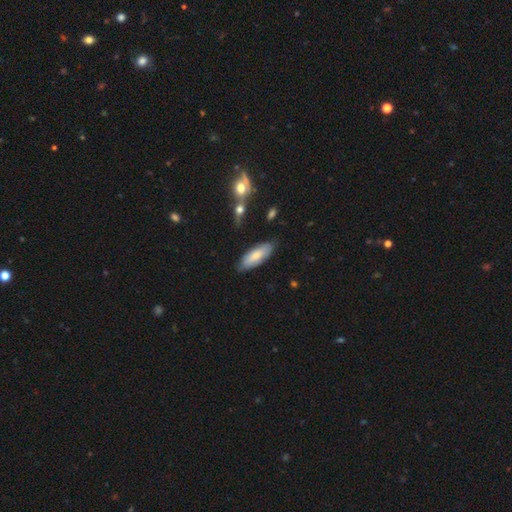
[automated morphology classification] Smooth or featured: smooth — 73% (featured or disk — 21%)
How rounded: in between — 68% (cigar-shaped — 30%)
Merging: none — 80% (minor disturbance — 15%)